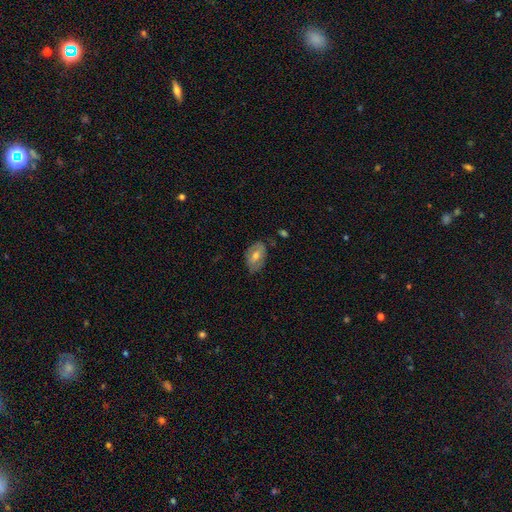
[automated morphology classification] A featured or disk galaxy (48%). Merging: none (75%).